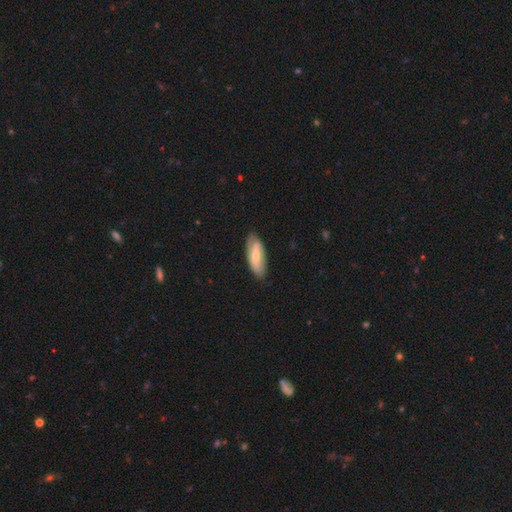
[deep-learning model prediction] A smooth galaxy with no disk features (53%) that is in between round and cigar-shaped (76%). Merging: none (76%).